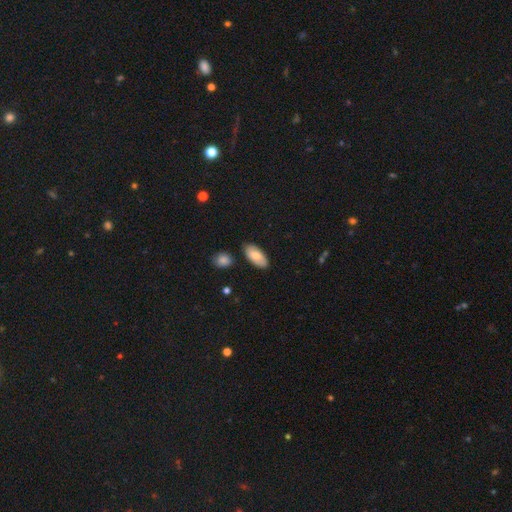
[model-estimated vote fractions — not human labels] This appears to be a smooth galaxy with no disk features (75%) that is in between round and cigar-shaped (92%). Merging: none (83%).